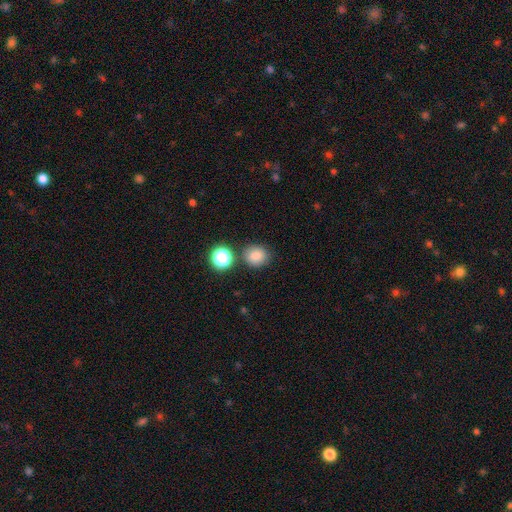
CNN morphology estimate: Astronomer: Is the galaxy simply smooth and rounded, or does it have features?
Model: smooth — 80%.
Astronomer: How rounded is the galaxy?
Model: round — 79%.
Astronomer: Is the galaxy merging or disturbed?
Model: none — 80%.